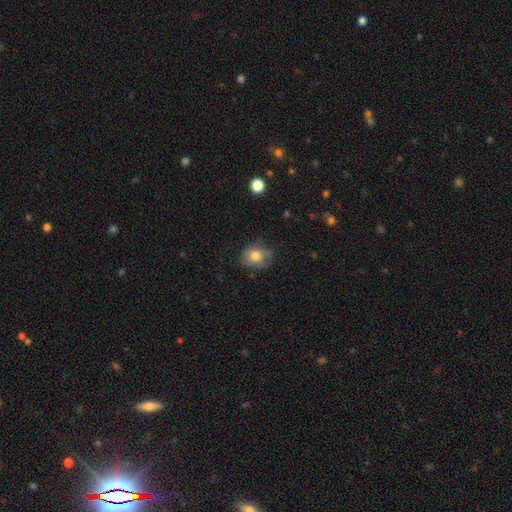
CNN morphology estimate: Q: Smooth or featured?
A: smooth (72%); runner-up: featured or disk (19%)
Q: How rounded?
A: in between (57%); runner-up: round (42%)
Q: Merging?
A: none (59%); runner-up: minor disturbance (29%)